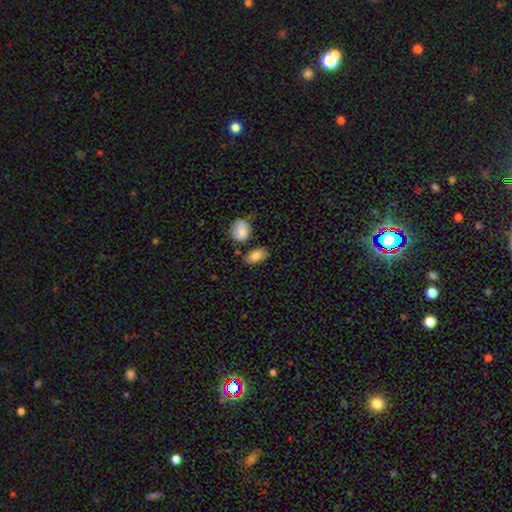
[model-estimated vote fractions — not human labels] Smooth or featured? Predicted: smooth (p=0.81). How rounded? Predicted: in between (p=0.90). Merging? Predicted: none (p=0.69).